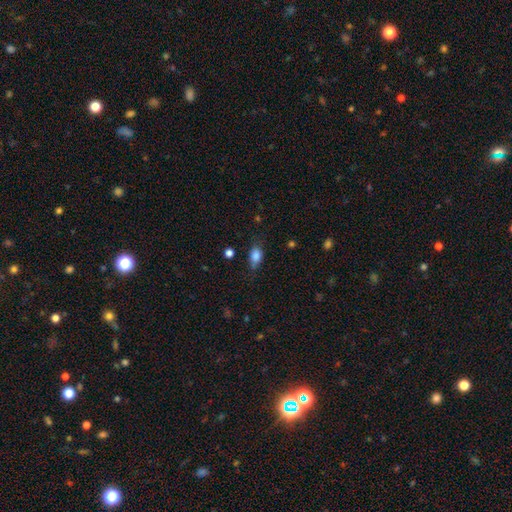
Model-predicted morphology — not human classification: A smooth galaxy with no disk features (83%) that is in between round and cigar-shaped (84%). Merging: none (59%).